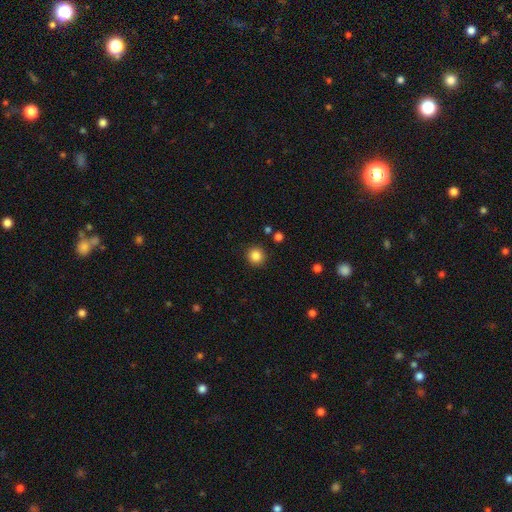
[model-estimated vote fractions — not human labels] Q: Smooth or featured?
A: smooth (85%); runner-up: star or artifact (11%)
Q: How rounded?
A: round (95%); runner-up: in between (4%)
Q: Merging?
A: none (91%); runner-up: minor disturbance (5%)